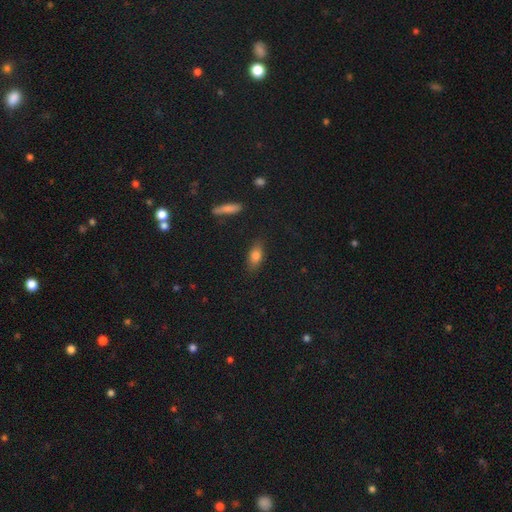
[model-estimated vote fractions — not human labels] Smooth or featured: smooth — 79% (featured or disk — 12%)
How rounded: in between — 79% (cigar-shaped — 15%)
Merging: none — 83% (minor disturbance — 12%)